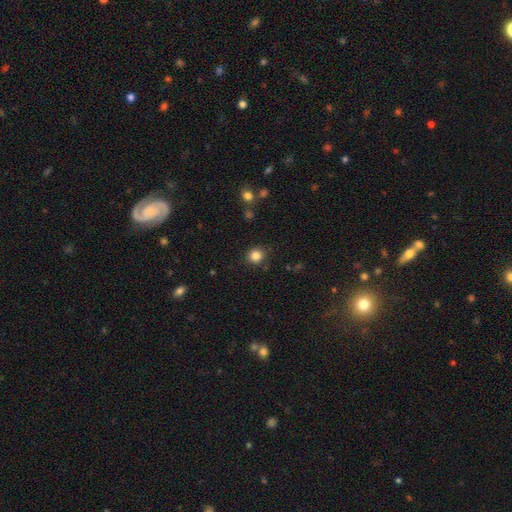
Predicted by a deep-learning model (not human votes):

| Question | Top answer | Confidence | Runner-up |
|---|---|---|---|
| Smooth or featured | smooth | 84% | star or artifact (12%) |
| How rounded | round | 86% | in between (13%) |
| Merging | none | 87% | minor disturbance (9%) |